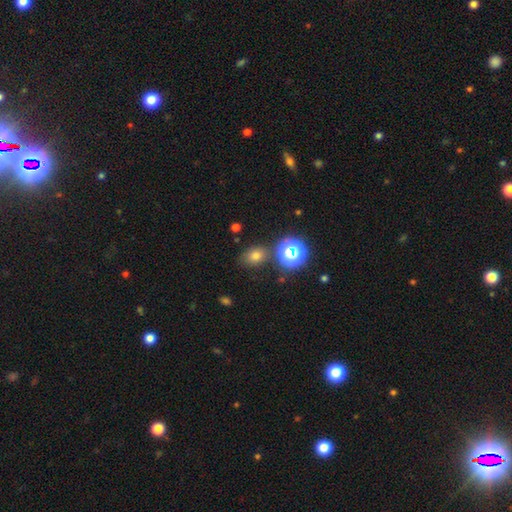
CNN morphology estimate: smooth_or_featured: smooth (p=0.70) [alt: star or artifact p=0.21]
how_rounded: in between (p=0.59) [alt: round p=0.39]
merging: none (p=0.75) [alt: minor disturbance p=0.14]